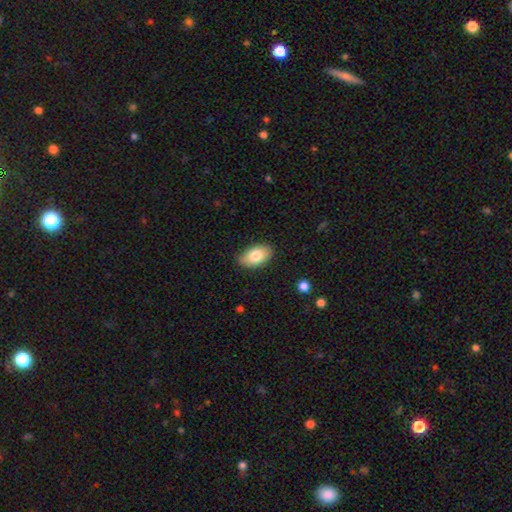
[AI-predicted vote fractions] smooth 81%, featured or disk 13%, star or artifact 7%. Down the decision tree: how rounded — in between (93%); merging — none (84%).